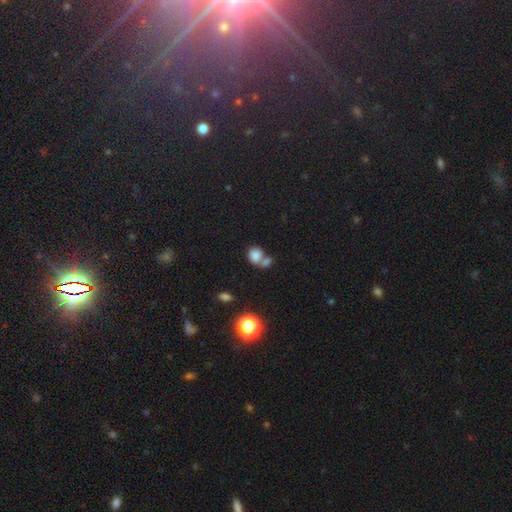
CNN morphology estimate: A smooth galaxy with no disk features (79%) that is round (61%).

Vote fractions:
- Smooth or featured? smooth: 79% / star or artifact: 12% / featured or disk: 9%
- How rounded? round: 61% / in between: 38% / cigar-shaped: 1%
- Merging? merger: 52% / none: 33% / minor disturbance: 9% / major disturbance: 5%